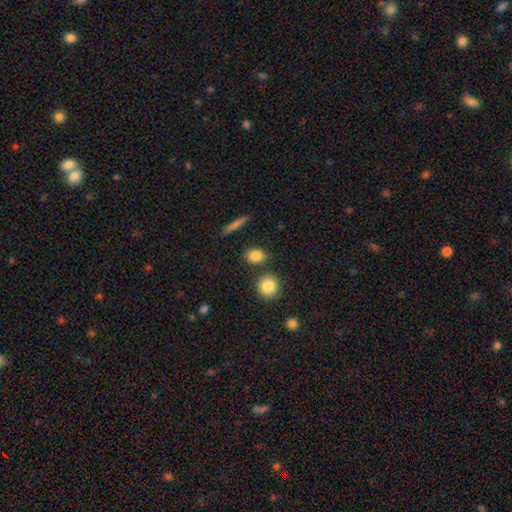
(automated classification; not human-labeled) Morphology: type=smooth (84%); roundness=in between (51%); merging=none (78%).